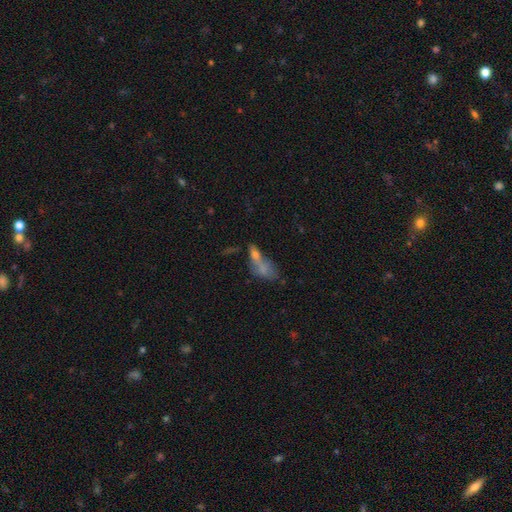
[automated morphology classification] type=smooth (61%); roundness=in between (68%); merging=merger (48%).